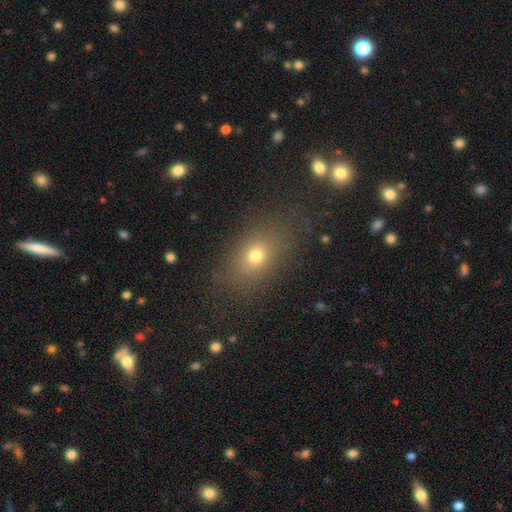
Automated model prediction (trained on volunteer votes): A smooth galaxy with no disk features (70%) that is in between round and cigar-shaped (68%).

Vote fractions:
- Smooth or featured? smooth: 70% / star or artifact: 17% / featured or disk: 13%
- How rounded? in between: 68% / round: 29% / cigar-shaped: 3%
- Merging? none: 81% / minor disturbance: 11% / major disturbance: 5% / merger: 2%